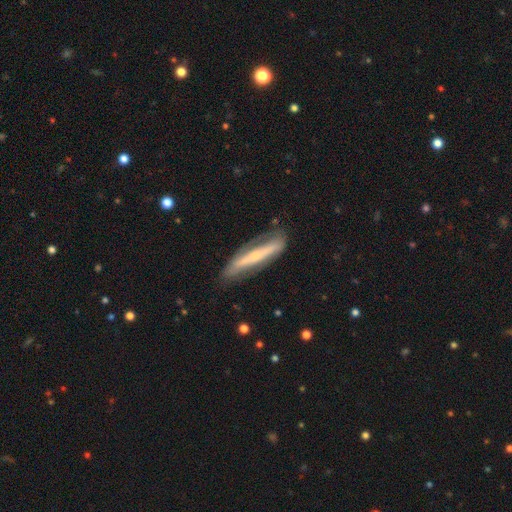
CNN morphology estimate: This appears to be a featured or disk galaxy (65%) viewed edge-on (68%). Merging: none (70%).